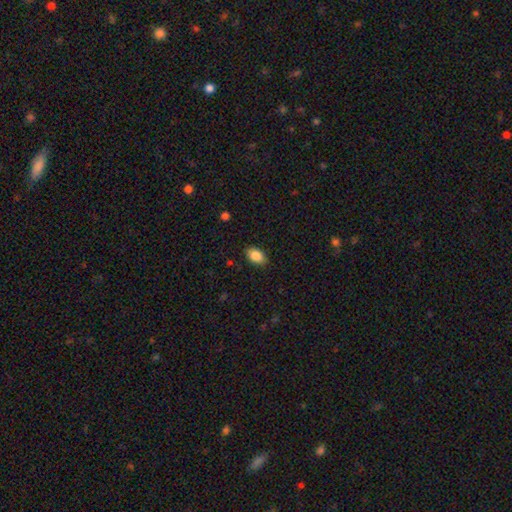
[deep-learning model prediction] Smooth or featured: smooth — 86% (star or artifact — 8%)
How rounded: in between — 89% (round — 9%)
Merging: none — 87% (minor disturbance — 10%)